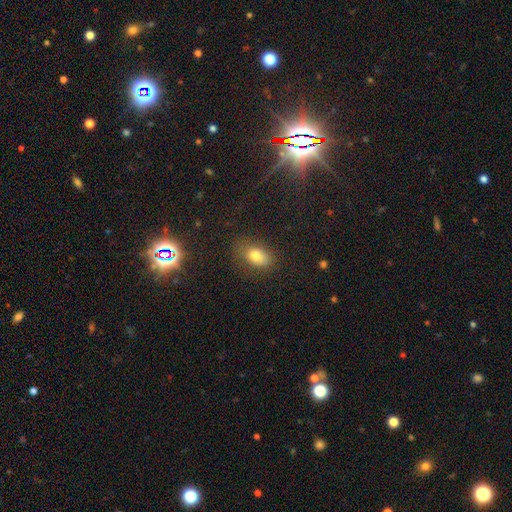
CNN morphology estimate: Smooth or featured?
  - smooth: 75% *
  - star or artifact: 15%
  - featured or disk: 10%
How rounded?
  - in between: 82% *
  - round: 16%
  - cigar-shaped: 2%
Merging?
  - none: 73% *
  - minor disturbance: 18%
  - major disturbance: 7%
  - merger: 2%